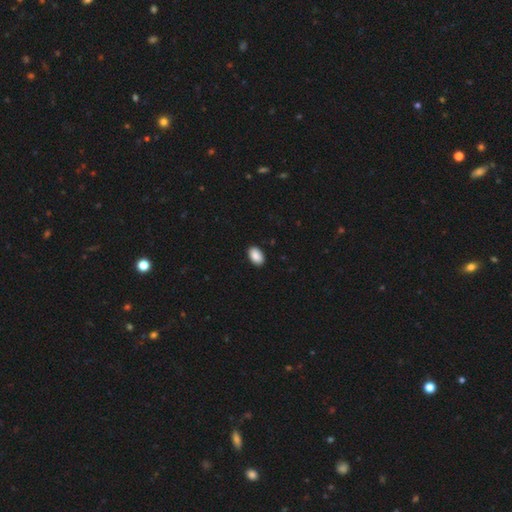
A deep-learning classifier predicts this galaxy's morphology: Smooth or featured?
  - smooth: 90% *
  - star or artifact: 7%
  - featured or disk: 3%
How rounded?
  - in between: 92% *
  - round: 7%
  - cigar-shaped: 1%
Merging?
  - none: 90% *
  - minor disturbance: 7%
  - major disturbance: 2%
  - merger: 1%